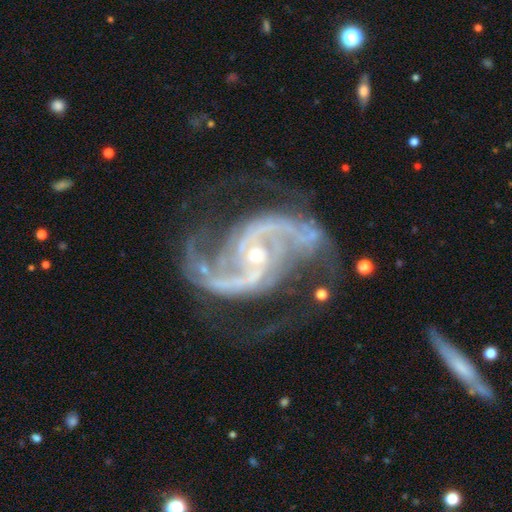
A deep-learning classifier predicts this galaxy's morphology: This appears to be a featured or disk galaxy (93%) with no bar (45%), 2 (87%) medium (57%) spiral arms (99%) and a small central bulge (65%). Merging: none (63%).